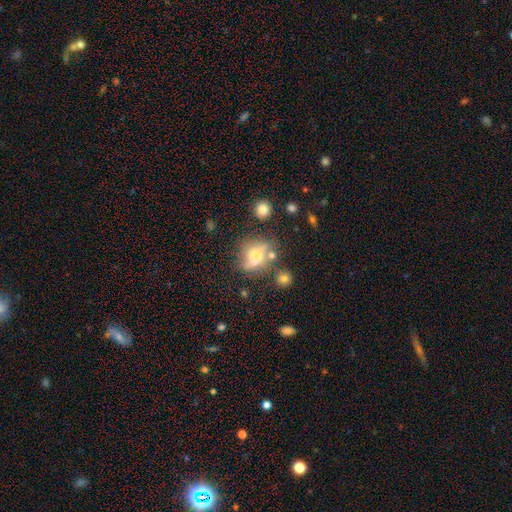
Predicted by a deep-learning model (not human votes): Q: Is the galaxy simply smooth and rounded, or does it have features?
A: smooth — 47%.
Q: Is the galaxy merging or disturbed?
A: none — 45%.